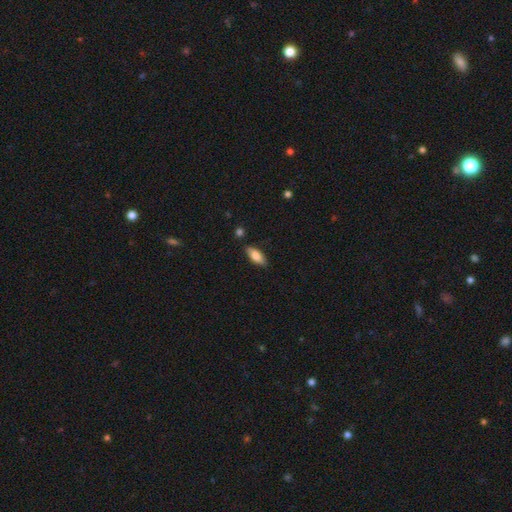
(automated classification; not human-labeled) Smooth or featured: smooth — 81% (featured or disk — 13%)
How rounded: in between — 79% (cigar-shaped — 19%)
Merging: none — 85% (minor disturbance — 11%)